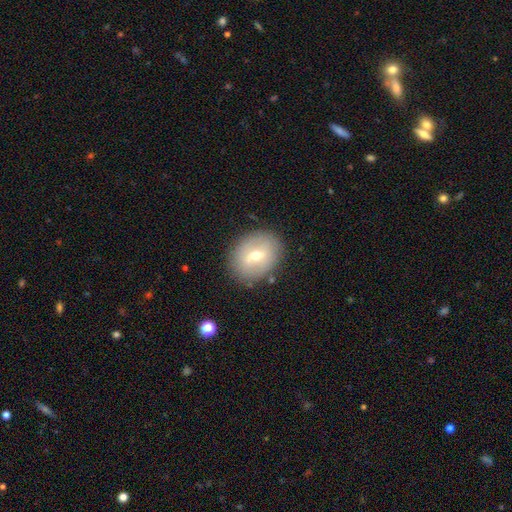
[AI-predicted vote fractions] smooth 49%, featured or disk 42%, star or artifact 9%. Down the decision tree: merging — none (83%).